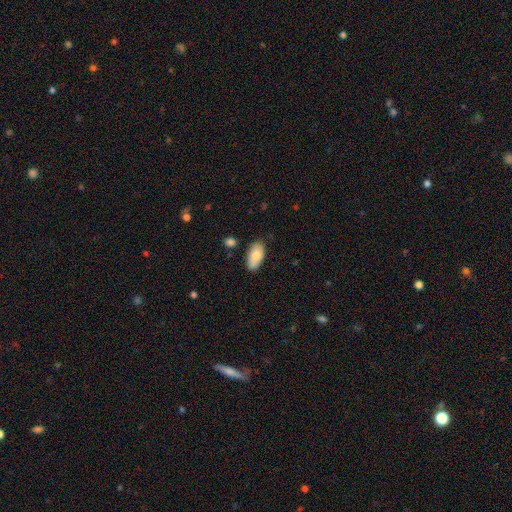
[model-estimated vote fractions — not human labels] smooth_or_featured: smooth (p=0.86) [alt: featured or disk p=0.08]
how_rounded: in between (p=0.93) [alt: cigar-shaped p=0.04]
merging: none (p=0.77) [alt: minor disturbance p=0.17]